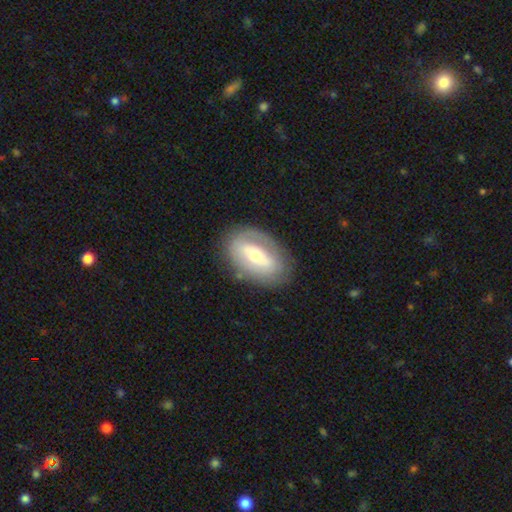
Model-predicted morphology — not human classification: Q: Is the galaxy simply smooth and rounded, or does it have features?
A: featured or disk — 60%.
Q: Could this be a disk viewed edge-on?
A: no — 88%.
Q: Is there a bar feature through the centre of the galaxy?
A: strong — 42%.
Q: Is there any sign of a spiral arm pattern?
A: no — 61%.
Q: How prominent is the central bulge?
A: moderate — 57%.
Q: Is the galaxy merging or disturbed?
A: none — 79%.